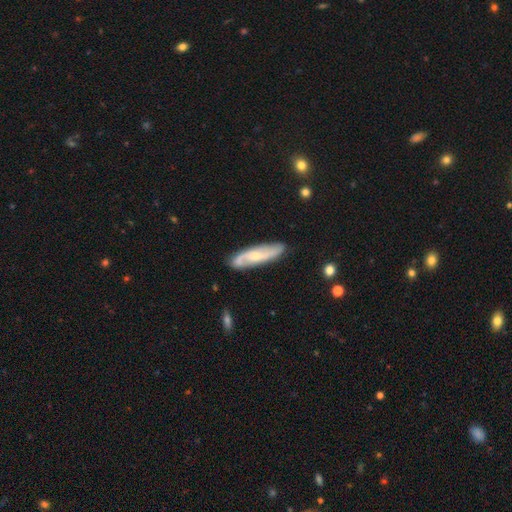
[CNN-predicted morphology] Overall: featured or disk (68%). Edge-on disk: no (77%). Bar: no (56%; weak 34%). Spiral arms: yes (92%). Bulge size: small (59%; moderate 35%). Merging: none (81%).